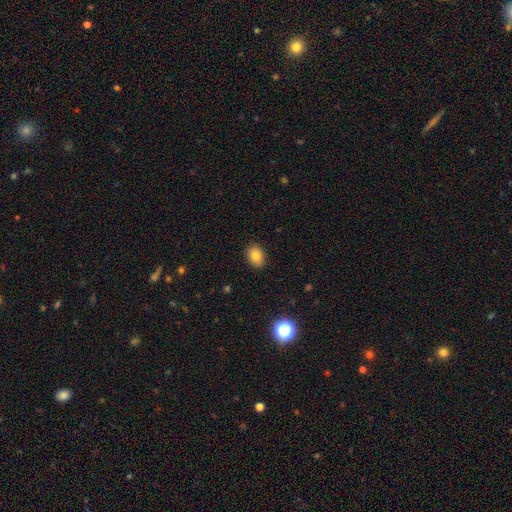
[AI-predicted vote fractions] Smooth or featured: smooth — 82% (star or artifact — 10%)
How rounded: in between — 75% (round — 24%)
Merging: none — 87% (minor disturbance — 10%)